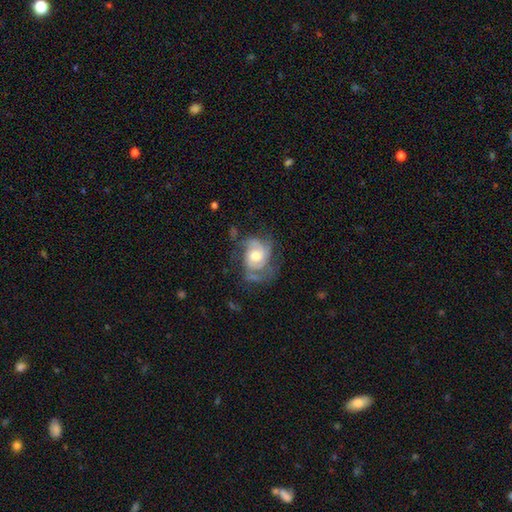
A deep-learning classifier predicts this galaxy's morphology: Smooth or featured?
  - featured or disk: 77% *
  - smooth: 17%
  - star or artifact: 6%
Edge-on disk?
  - no: 97% *
  - yes: 3%
Bar?
  - no: 70% *
  - weak: 25%
  - strong: 4%
Spiral arms?
  - yes: 91% *
  - no: 9%
Spiral winding?
  - tight: 46% *
  - medium: 41%
  - loose: 14%
Spiral arm count?
  - 2: 46% *
  - can't tell: 22%
  - 3: 19%
  - 1: 6%
  - 4: 4%
  - more than 4: 3%
Bulge size?
  - moderate: 60% *
  - large: 22%
  - small: 14%
  - none: 2%
  - dominant: 2%
Merging?
  - none: 50% *
  - minor disturbance: 26%
  - major disturbance: 21%
  - merger: 2%